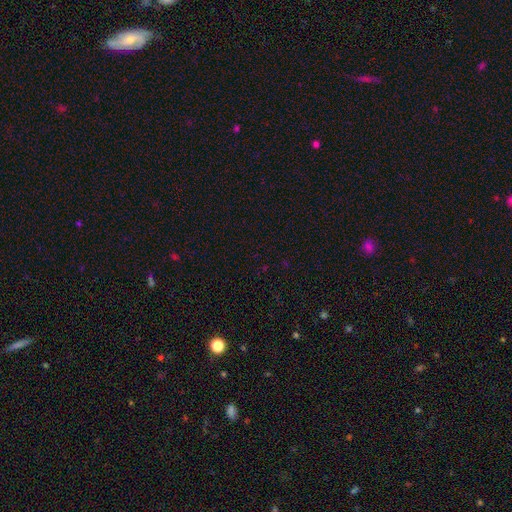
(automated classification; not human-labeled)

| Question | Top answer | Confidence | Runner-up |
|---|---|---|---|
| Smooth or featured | star or artifact | 68% | smooth (25%) |